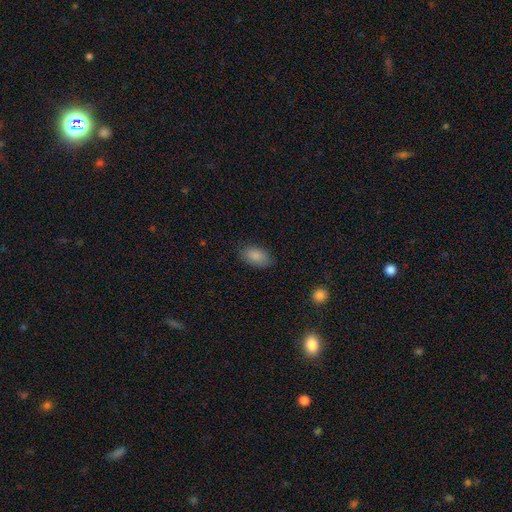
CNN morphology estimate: smooth 87%, star or artifact 8%, featured or disk 5%. Down the decision tree: how rounded — in between (93%); merging — none (84%).